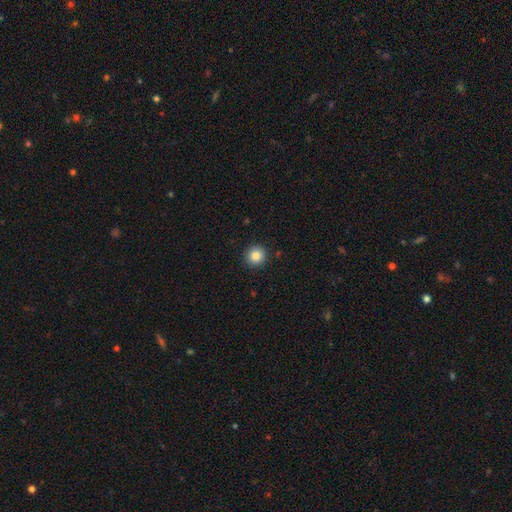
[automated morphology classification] Smooth or featured: smooth — 85% (star or artifact — 10%)
How rounded: round — 94% (in between — 5%)
Merging: none — 92% (minor disturbance — 5%)